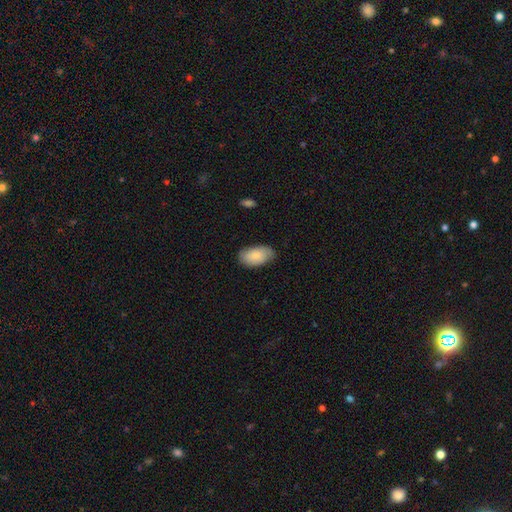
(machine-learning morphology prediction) Q: Smooth or featured?
A: smooth (81%); runner-up: featured or disk (12%)
Q: How rounded?
A: in between (94%); runner-up: round (4%)
Q: Merging?
A: none (75%); runner-up: minor disturbance (20%)